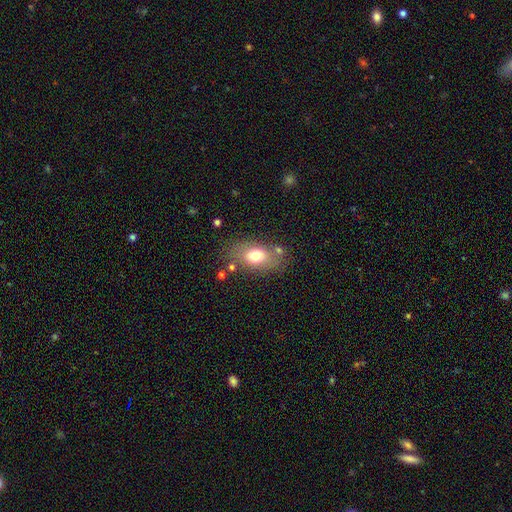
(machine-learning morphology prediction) The model was most divided on "smooth or featured": smooth: 71%, featured or disk: 20%, star or artifact: 9%. More confident: how rounded — in between (84%); merging — none (72%).